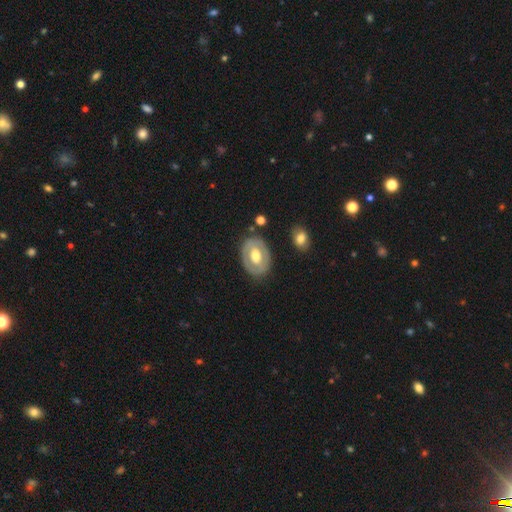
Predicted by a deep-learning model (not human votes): Smooth or featured? featured or disk (55%)
Edge-on disk? no (93%)
Bar? no (66%)
Spiral arms? no (79%)
Bulge size? moderate (62%)
Merging? none (79%)